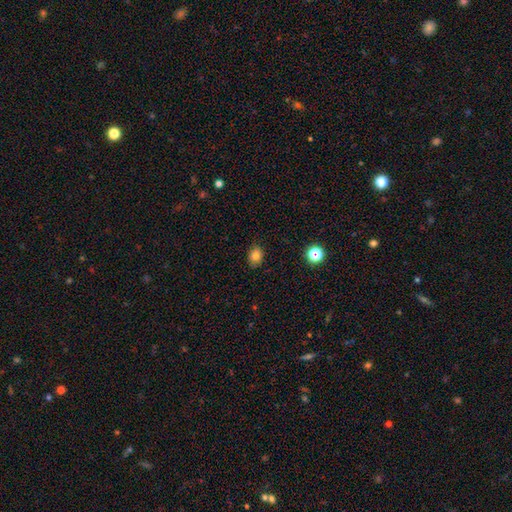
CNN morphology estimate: smooth-or-featured: smooth: 80% | star or artifact: 13% | featured or disk: 8%
  how-rounded: in between: 57% | round: 42% | cigar-shaped: 1%
  merging: none: 85% | minor disturbance: 12% | major disturbance: 2% | merger: 1%